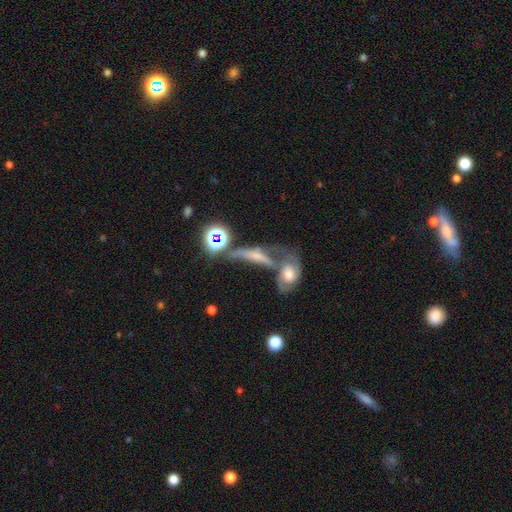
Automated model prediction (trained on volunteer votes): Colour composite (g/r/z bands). It shows a featured or disk galaxy (47%). Merging: merger (54%).